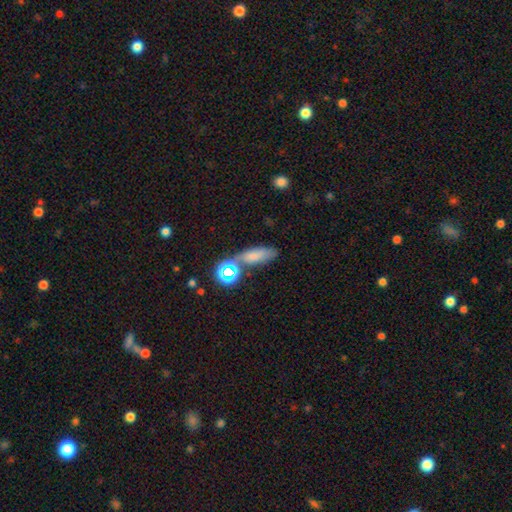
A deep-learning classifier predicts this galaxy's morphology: smooth-or-featured: smooth: 68% | star or artifact: 18% | featured or disk: 14%
  how-rounded: in between: 59% | cigar-shaped: 30% | round: 11%
  merging: none: 55% | merger: 20% | minor disturbance: 17% | major disturbance: 8%